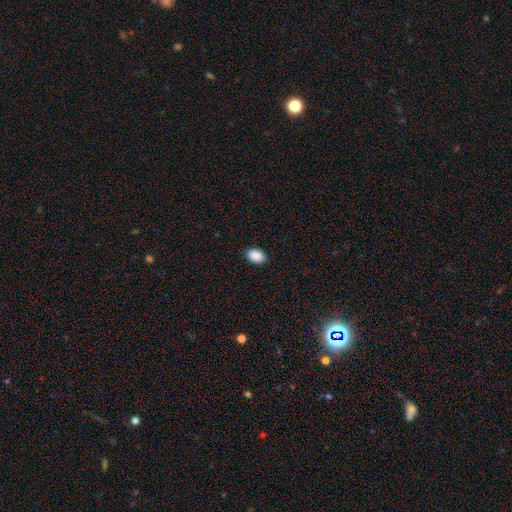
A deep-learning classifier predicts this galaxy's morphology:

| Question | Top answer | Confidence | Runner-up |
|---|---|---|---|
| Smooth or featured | smooth | 90% | star or artifact (7%) |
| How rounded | in between | 89% | round (10%) |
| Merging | none | 90% | minor disturbance (7%) |